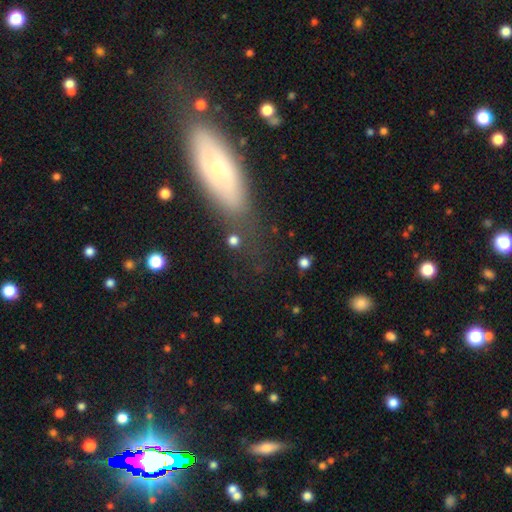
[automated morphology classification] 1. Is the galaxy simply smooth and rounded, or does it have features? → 43% smooth, 39% featured or disk, 18% star or artifact.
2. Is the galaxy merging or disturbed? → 73% none, 17% minor disturbance, 7% major disturbance, 3% merger.